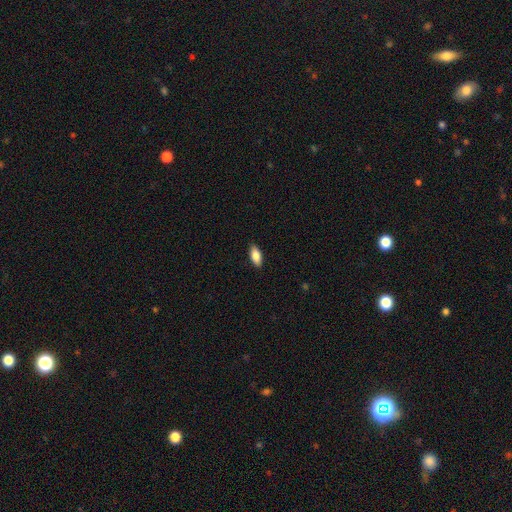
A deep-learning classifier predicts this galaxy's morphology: This is clearly a smooth galaxy (85%). How rounded: clearly in between (85%). Merging: clearly none (88%).